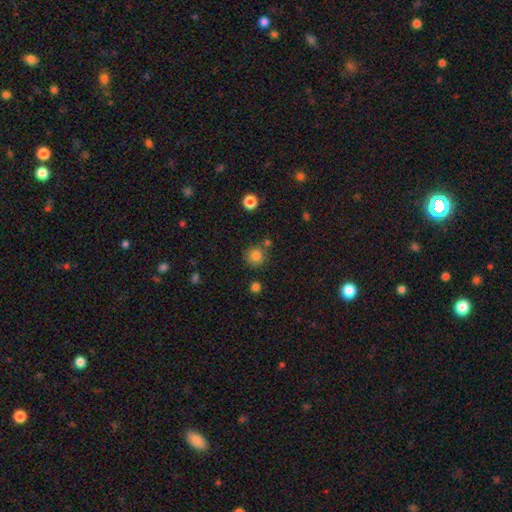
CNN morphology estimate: smooth-or-featured: smooth: 82% | star or artifact: 12% | featured or disk: 6%
  how-rounded: round: 92% | in between: 7% | cigar-shaped: 1%
  merging: none: 76% | minor disturbance: 11% | merger: 10% | major disturbance: 4%